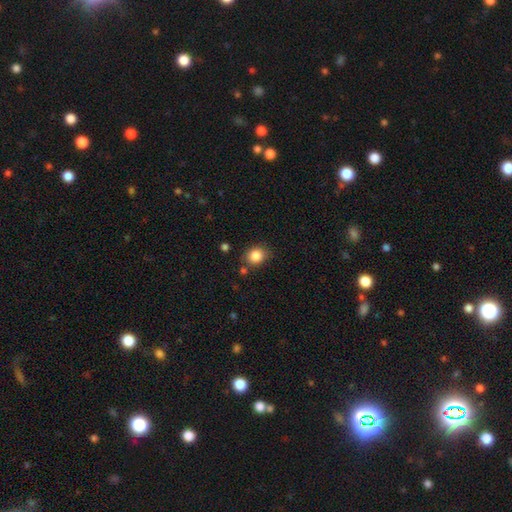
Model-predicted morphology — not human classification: smooth-or-featured: smooth: 85% | star or artifact: 10% | featured or disk: 5%
  how-rounded: round: 59% | in between: 40% | cigar-shaped: 1%
  merging: none: 78% | minor disturbance: 13% | merger: 5% | major disturbance: 3%